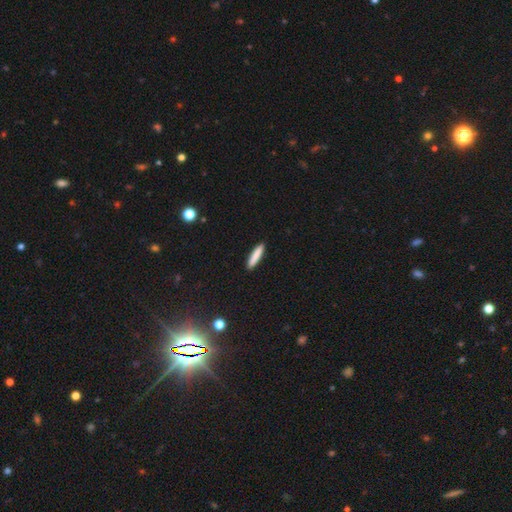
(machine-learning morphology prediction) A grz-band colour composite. It shows a smooth galaxy with no disk features (85%) that is cigar-shaped (89%). Merging: none (91%).